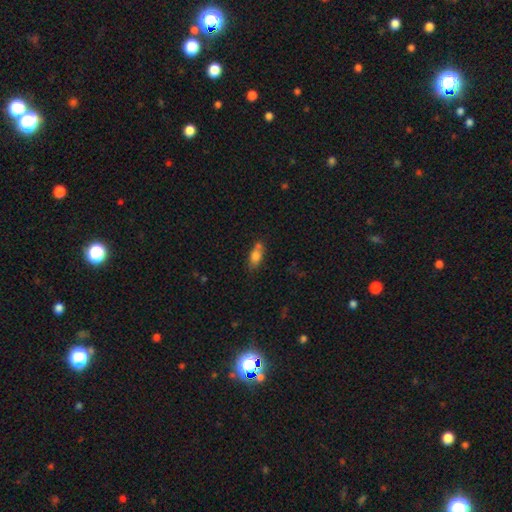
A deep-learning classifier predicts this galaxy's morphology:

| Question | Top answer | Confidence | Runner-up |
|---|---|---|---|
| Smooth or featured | smooth | 76% | featured or disk (14%) |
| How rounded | in between | 79% | cigar-shaped (14%) |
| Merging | none | 52% | merger (23%) |